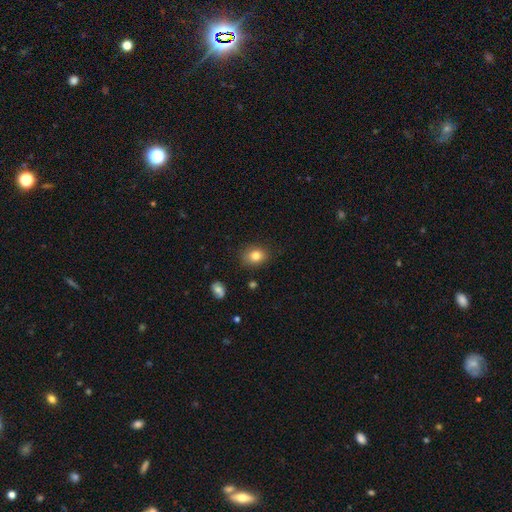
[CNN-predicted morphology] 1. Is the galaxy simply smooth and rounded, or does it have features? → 82% smooth, 11% star or artifact, 8% featured or disk.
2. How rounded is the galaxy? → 54% round, 45% in between, 1% cigar-shaped.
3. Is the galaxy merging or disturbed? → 82% none, 14% minor disturbance, 3% major disturbance, 2% merger.